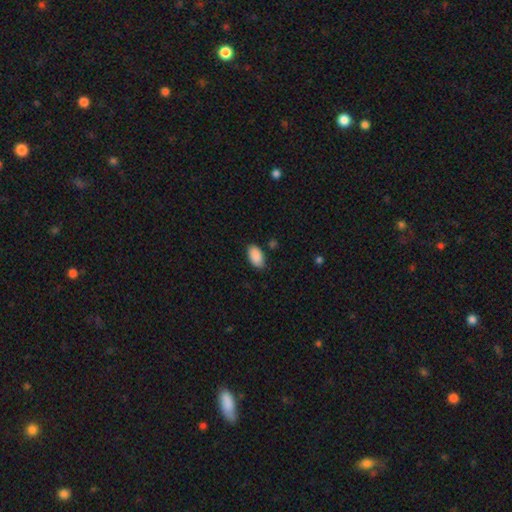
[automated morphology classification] Smooth or featured? Predicted: smooth (p=0.90). How rounded? Predicted: in between (p=0.94). Merging? Predicted: none (p=0.83).